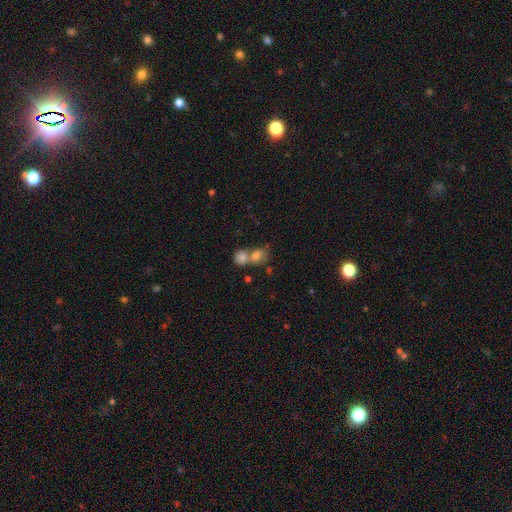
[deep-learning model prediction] A smooth galaxy with no disk features (74%) that is round (49%, tied with in between). Merging: merger (60%).